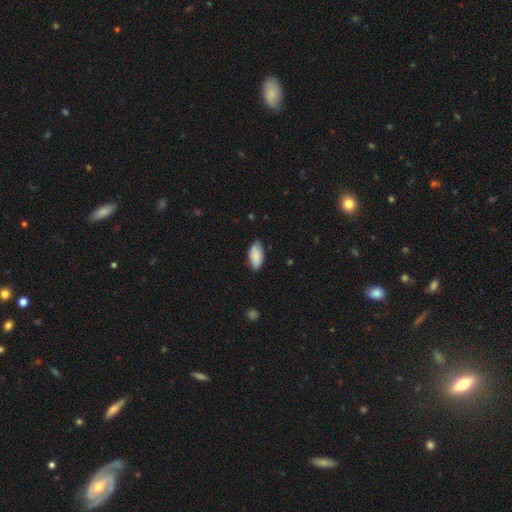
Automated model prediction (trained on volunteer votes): A smooth galaxy with no disk features (88%) that is in between round and cigar-shaped (93%). Merging: none (77%).